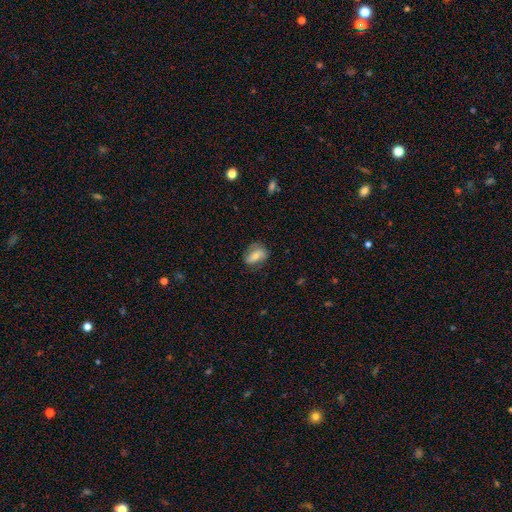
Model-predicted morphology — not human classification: smooth_or_featured: smooth (p=0.56) [alt: featured or disk p=0.35]
how_rounded: in between (p=0.76) [alt: round p=0.21]
merging: none (p=0.69) [alt: minor disturbance p=0.22]